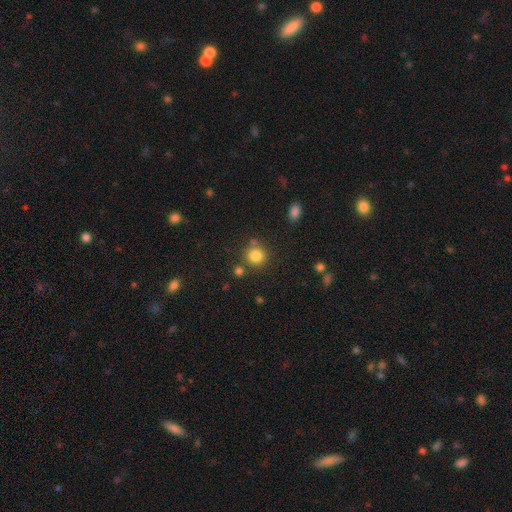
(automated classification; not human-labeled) Morphology: type=smooth (82%); roundness=round (90%); merging=none (75%).